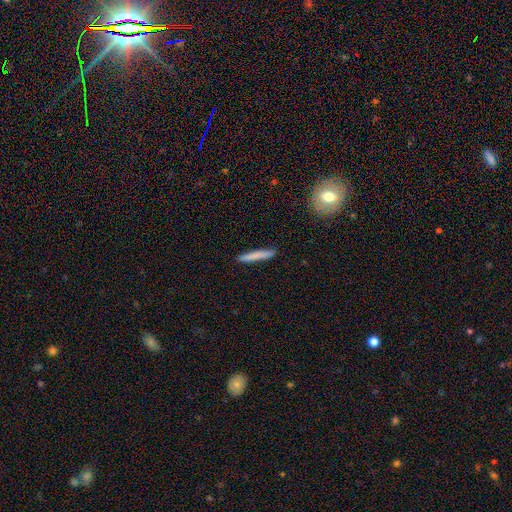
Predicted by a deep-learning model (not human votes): smooth_or_featured: smooth (p=0.77) [alt: featured or disk p=0.17]
how_rounded: cigar-shaped (p=0.96) [alt: in between p=0.03]
merging: none (p=0.91) [alt: minor disturbance p=0.06]